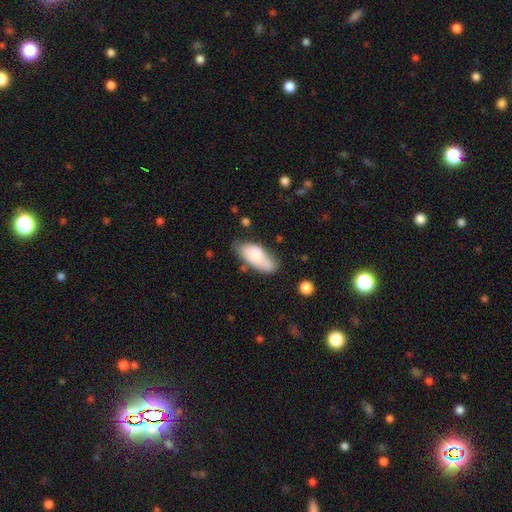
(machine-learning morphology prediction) Smooth or featured?
  - smooth: 79% *
  - featured or disk: 14%
  - star or artifact: 7%
How rounded?
  - in between: 87% *
  - cigar-shaped: 11%
  - round: 2%
Merging?
  - none: 56% *
  - minor disturbance: 28%
  - merger: 8%
  - major disturbance: 8%